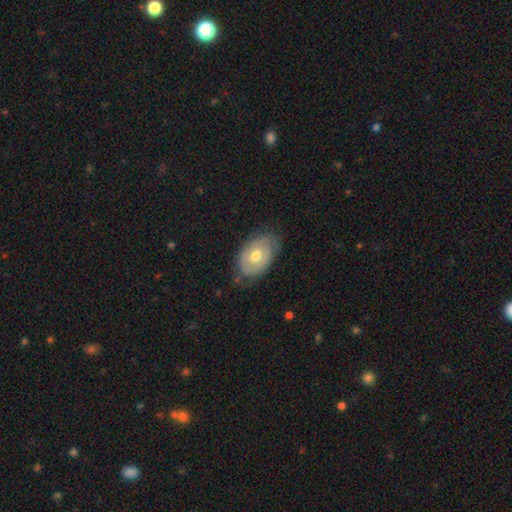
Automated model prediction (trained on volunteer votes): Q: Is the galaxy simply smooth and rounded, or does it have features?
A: featured or disk — 58%.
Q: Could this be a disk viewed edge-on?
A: no — 93%.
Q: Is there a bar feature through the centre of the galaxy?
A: no — 72%.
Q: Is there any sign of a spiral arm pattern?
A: yes — 57%.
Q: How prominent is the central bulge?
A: moderate — 77%.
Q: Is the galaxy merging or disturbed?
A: none — 73%.